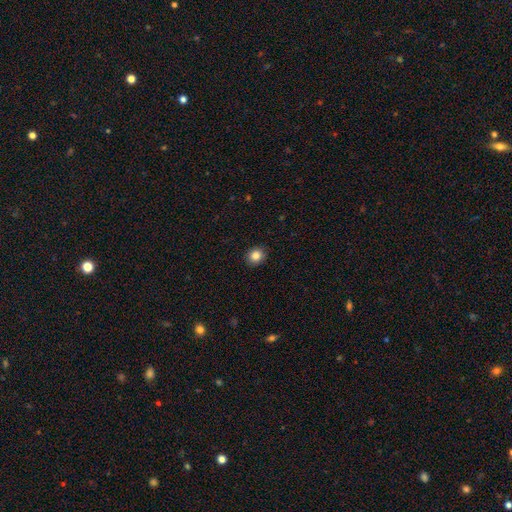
This is clearly a smooth galaxy (95%). How rounded: likely round (69%). Merging: clearly none (84%).